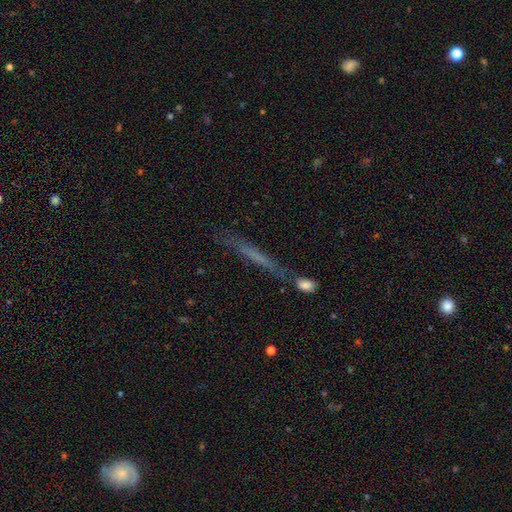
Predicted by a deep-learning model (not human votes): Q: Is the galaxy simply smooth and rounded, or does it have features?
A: featured or disk — 44%, tied with smooth.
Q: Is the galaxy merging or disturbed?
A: none — 65%.